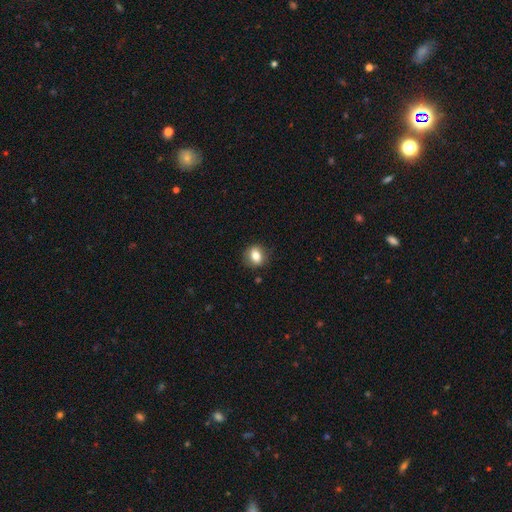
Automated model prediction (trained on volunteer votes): smooth-or-featured: smooth: 77% | featured or disk: 13% | star or artifact: 9%
  how-rounded: round: 57% | in between: 42% | cigar-shaped: 1%
  merging: none: 83% | minor disturbance: 12% | major disturbance: 3% | merger: 1%